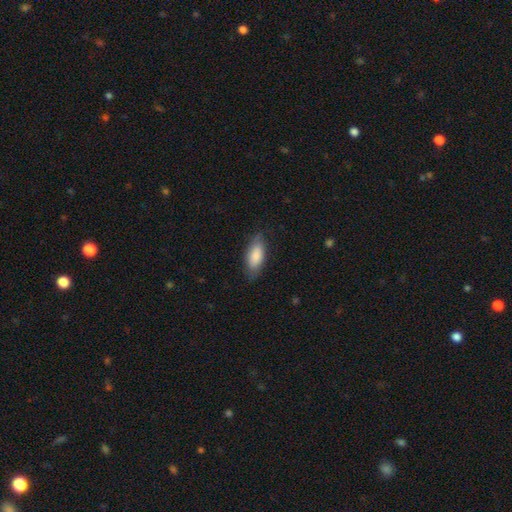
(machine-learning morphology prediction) A smooth galaxy with no disk features (83%) that is in between round and cigar-shaped (83%). Merging: none (76%).